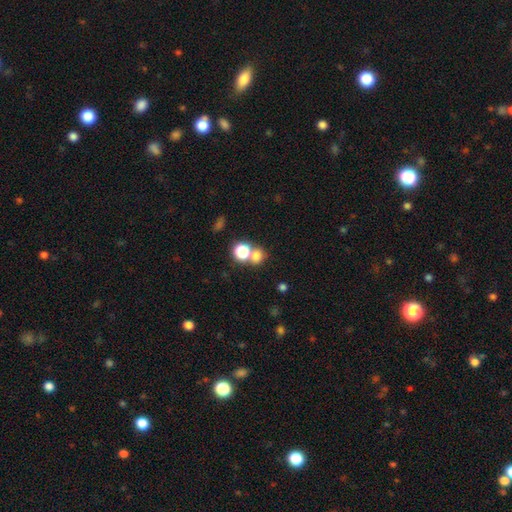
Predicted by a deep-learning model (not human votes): smooth-or-featured: smooth: 73% | star or artifact: 19% | featured or disk: 8%
  how-rounded: round: 76% | in between: 23% | cigar-shaped: 1%
  merging: none: 50% | merger: 39% | minor disturbance: 7% | major disturbance: 4%